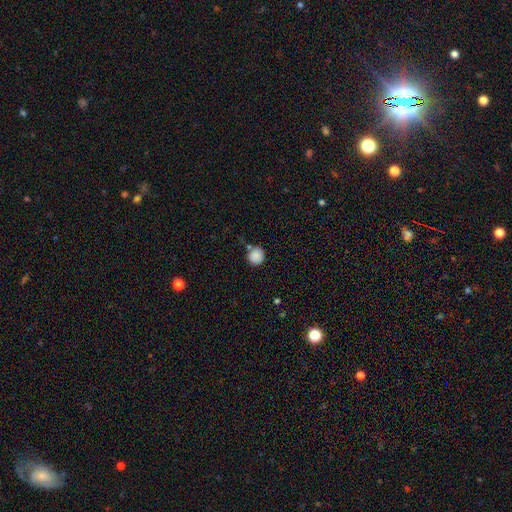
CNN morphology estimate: smooth_or_featured: smooth (p=0.87) [alt: star or artifact p=0.10]
how_rounded: round (p=0.89) [alt: in between p=0.10]
merging: none (p=0.73) [alt: minor disturbance p=0.15]